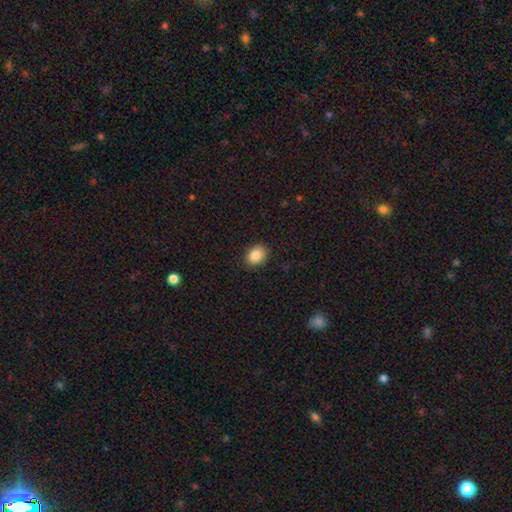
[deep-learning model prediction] This appears to be a smooth galaxy with no disk features (86%) that is in between round and cigar-shaped (59%). Merging: none (89%).